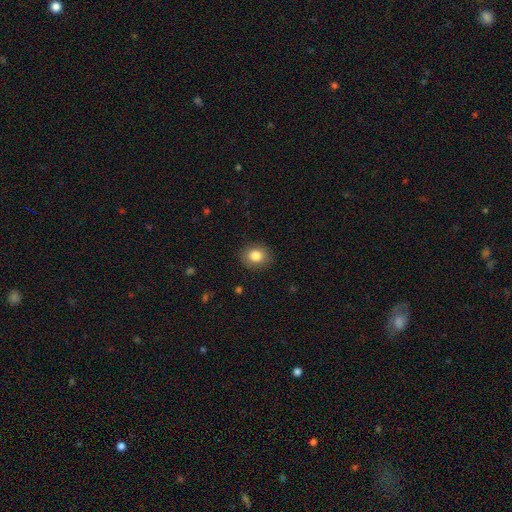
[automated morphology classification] Smooth or featured? smooth (83%)
How rounded? round (65%)
Merging? none (89%)